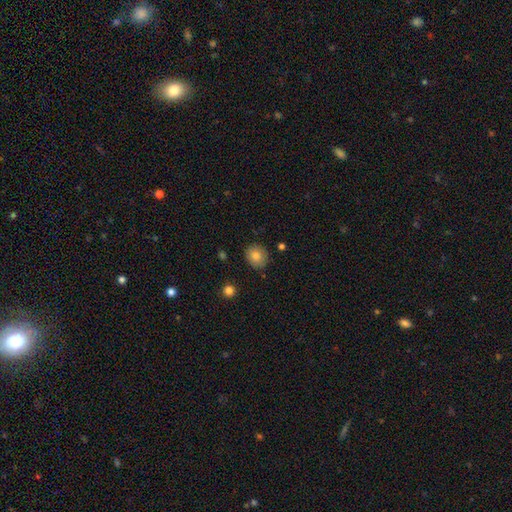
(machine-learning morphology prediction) Smooth or featured: smooth — 83% (star or artifact — 9%)
How rounded: round — 77% (in between — 23%)
Merging: none — 85% (minor disturbance — 10%)